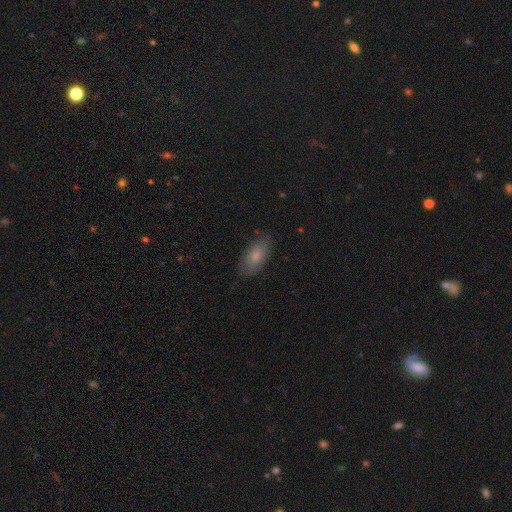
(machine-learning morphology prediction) This appears to be a smooth galaxy with no disk features (75%) that is in between round and cigar-shaped (90%). Merging: none (78%).